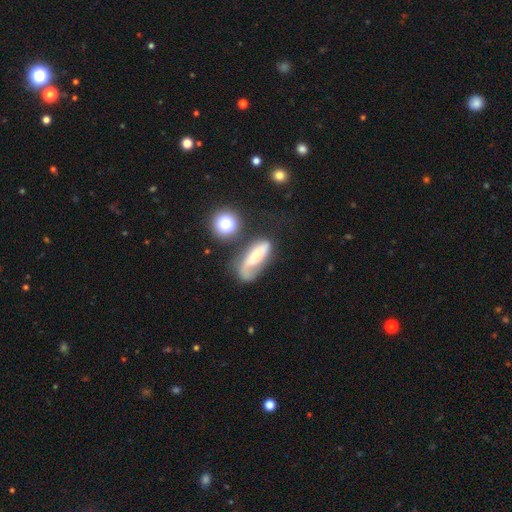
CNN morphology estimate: type=featured or disk (48%); merging=none (37%).